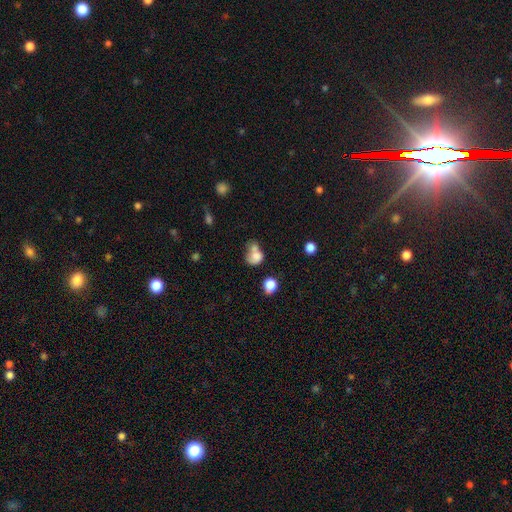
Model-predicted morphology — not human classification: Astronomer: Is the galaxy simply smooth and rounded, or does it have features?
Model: smooth — 73%.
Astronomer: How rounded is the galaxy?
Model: in between — 51% (runner-up: round, 48%).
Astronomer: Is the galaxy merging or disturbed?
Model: merger — 46% (runner-up: none, 24%).